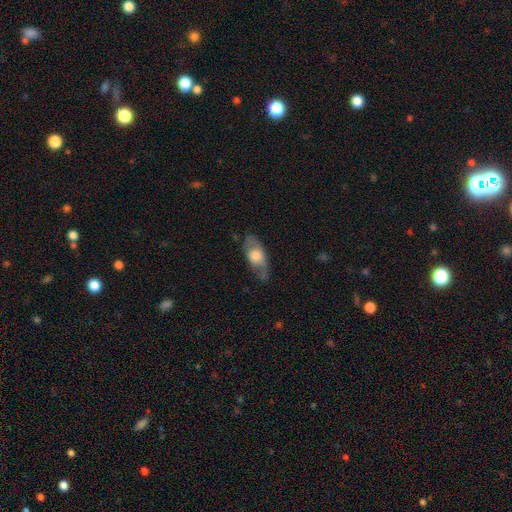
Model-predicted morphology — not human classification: type=smooth (52%); roundness=in between (82%); merging=none (65%).